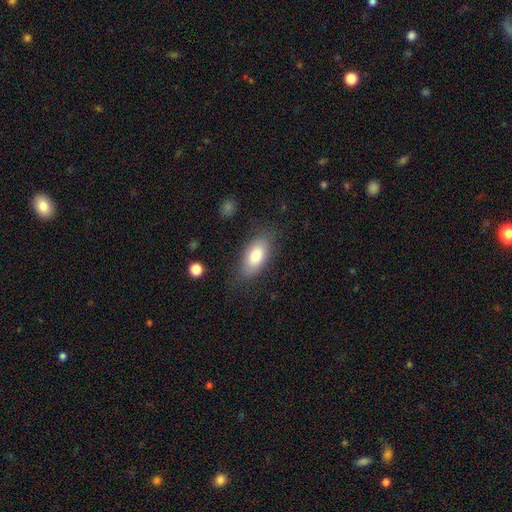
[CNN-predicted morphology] Smooth or featured: smooth — 80% (featured or disk — 13%)
How rounded: in between — 89% (cigar-shaped — 8%)
Merging: none — 79% (minor disturbance — 15%)